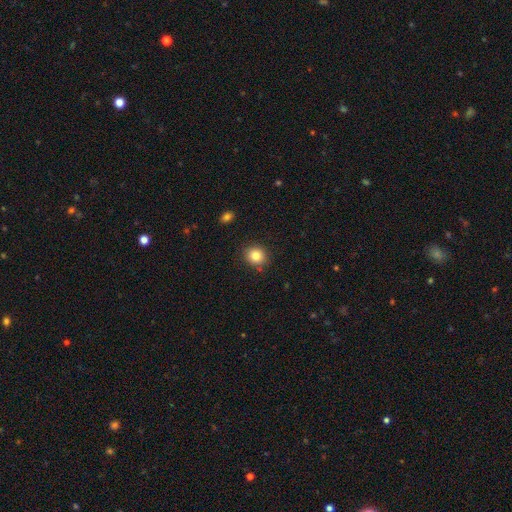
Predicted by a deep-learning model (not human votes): Q: Smooth or featured?
A: smooth (84%); runner-up: star or artifact (10%)
Q: How rounded?
A: round (80%); runner-up: in between (19%)
Q: Merging?
A: none (87%); runner-up: minor disturbance (8%)